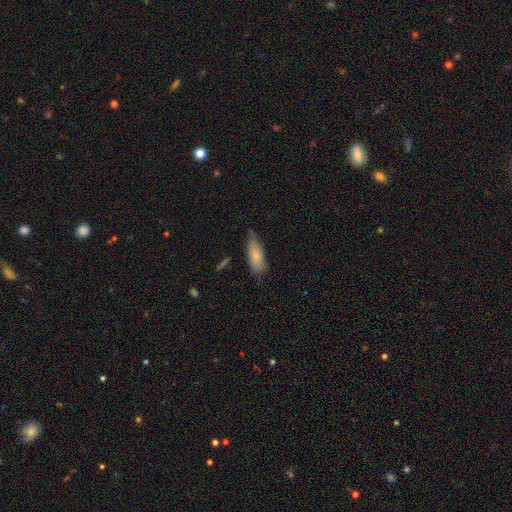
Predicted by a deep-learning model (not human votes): Smooth or featured: smooth — 80% (featured or disk — 14%)
How rounded: in between — 75% (cigar-shaped — 23%)
Merging: none — 56% (minor disturbance — 35%)